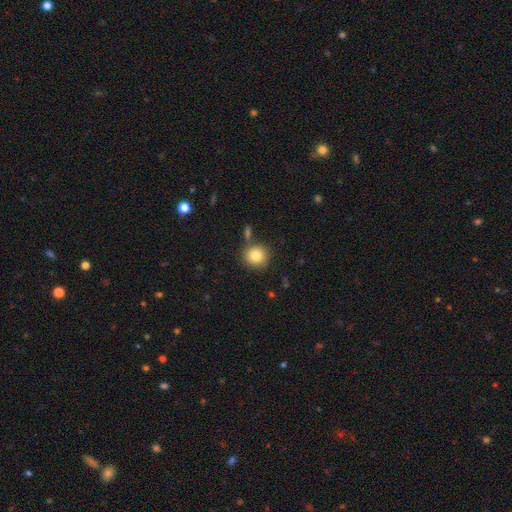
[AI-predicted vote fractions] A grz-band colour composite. It shows a smooth galaxy with no disk features (82%) that is round (90%). Merging: none (78%).